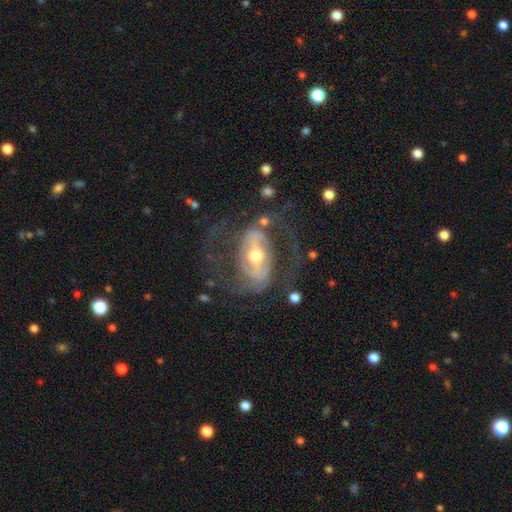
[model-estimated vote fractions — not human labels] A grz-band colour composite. It shows a featured or disk galaxy (82%) with a strong bar (46%), 2 (82%) medium (49%) spiral arms (78%) and a moderate central bulge (64%). Merging: none (61%).